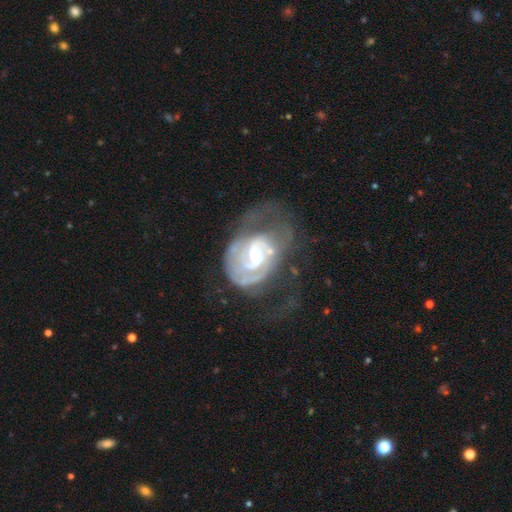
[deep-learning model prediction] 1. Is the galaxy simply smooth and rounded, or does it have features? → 88% featured or disk, 7% smooth, 5% star or artifact.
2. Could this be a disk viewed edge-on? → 98% no, 2% yes.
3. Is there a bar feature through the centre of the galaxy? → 48% weak, 40% no, 13% strong.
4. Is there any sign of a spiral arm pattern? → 94% yes, 6% no.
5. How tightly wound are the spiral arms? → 56% tight, 34% medium, 10% loose.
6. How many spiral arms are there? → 54% 2, 21% can't tell, 10% 3, 10% 1, 3% 4, 3% more than 4.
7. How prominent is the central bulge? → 47% small, 45% moderate, 4% large, 2% none, 1% dominant.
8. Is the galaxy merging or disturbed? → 37% major disturbance, 35% none, 22% minor disturbance, 5% merger.